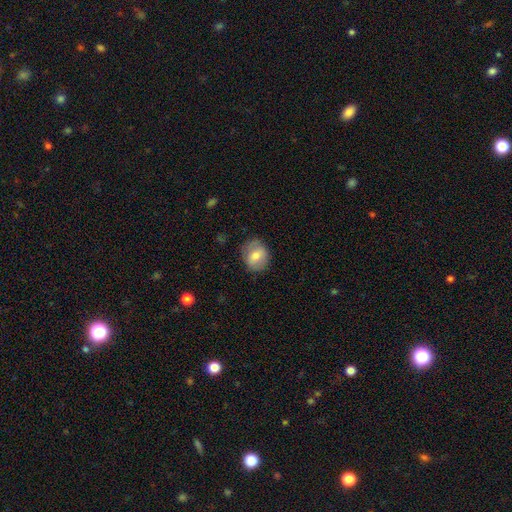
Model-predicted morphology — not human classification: smooth 68%, featured or disk 24%, star or artifact 8%. Down the decision tree: how rounded — round (62%); merging — none (79%).